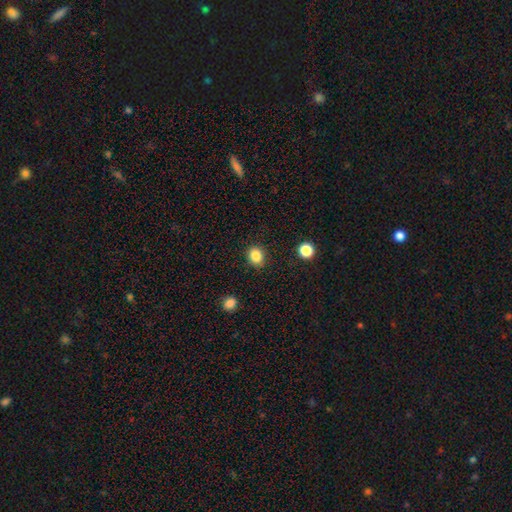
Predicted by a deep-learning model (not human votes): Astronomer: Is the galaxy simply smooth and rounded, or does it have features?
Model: smooth — 85%.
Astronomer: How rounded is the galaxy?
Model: round — 61% (runner-up: in between, 39%).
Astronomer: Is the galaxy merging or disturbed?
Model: none — 87%.